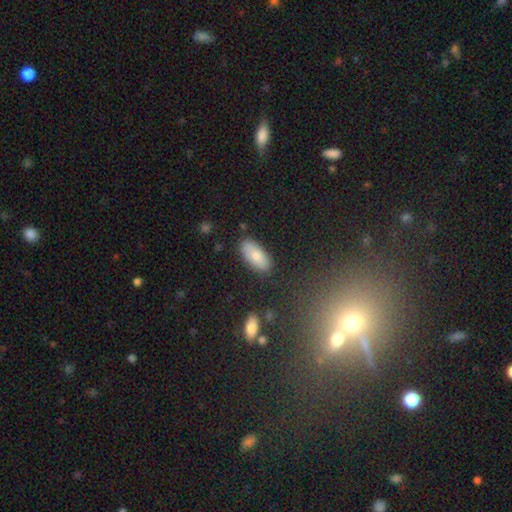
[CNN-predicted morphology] This appears to be a smooth galaxy with no disk features (79%) that is in between round and cigar-shaped (91%). Merging: none (84%).